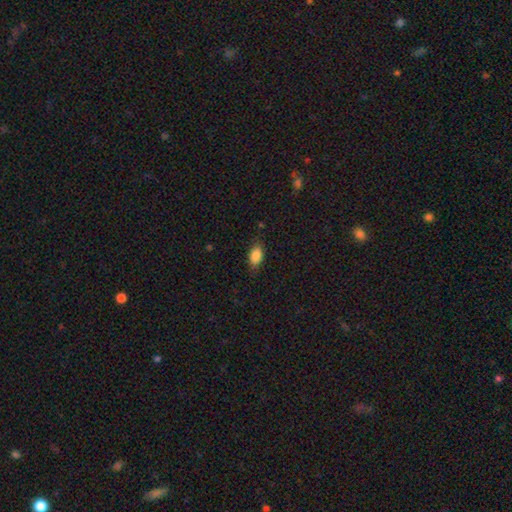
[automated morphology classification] Q: Smooth or featured?
A: smooth (85%); runner-up: star or artifact (8%)
Q: How rounded?
A: in between (89%); runner-up: round (5%)
Q: Merging?
A: none (79%); runner-up: minor disturbance (16%)